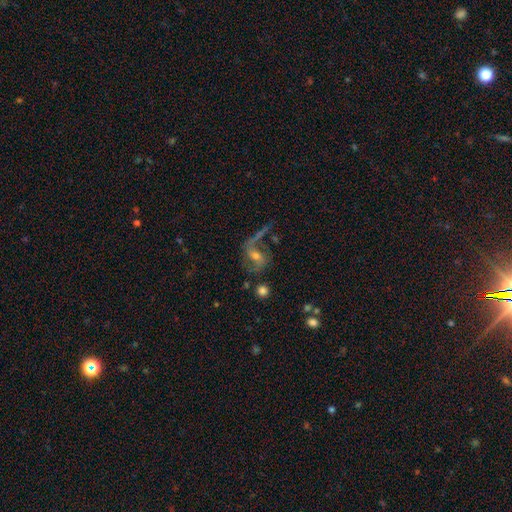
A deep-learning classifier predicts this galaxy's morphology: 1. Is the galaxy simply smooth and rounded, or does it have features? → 75% featured or disk, 14% smooth, 10% star or artifact.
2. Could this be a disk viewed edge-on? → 96% no, 4% yes.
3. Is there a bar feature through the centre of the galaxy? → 42% weak, 35% no, 23% strong.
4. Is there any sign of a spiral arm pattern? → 89% yes, 11% no.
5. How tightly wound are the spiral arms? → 56% loose, 34% medium, 10% tight.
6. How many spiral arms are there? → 77% 2, 14% 1, 5% can't tell, 2% 3, 1% 4, 1% more than 4.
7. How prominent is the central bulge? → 54% moderate, 38% small, 4% large, 3% none, 1% dominant.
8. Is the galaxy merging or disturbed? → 51% none, 22% major disturbance, 17% minor disturbance, 10% merger.